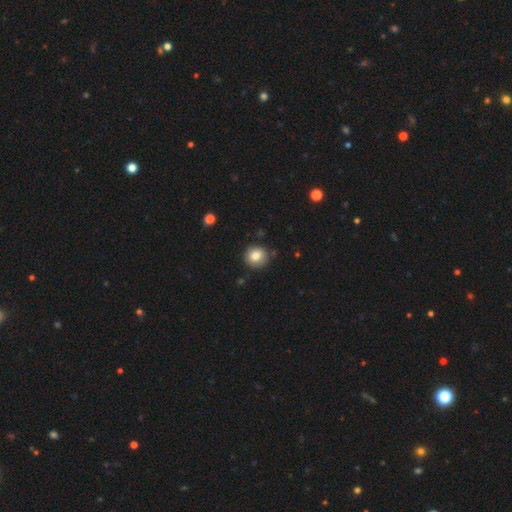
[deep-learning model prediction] Smooth or featured: smooth — 81% (star or artifact — 10%)
How rounded: round — 91% (in between — 9%)
Merging: none — 86% (minor disturbance — 10%)